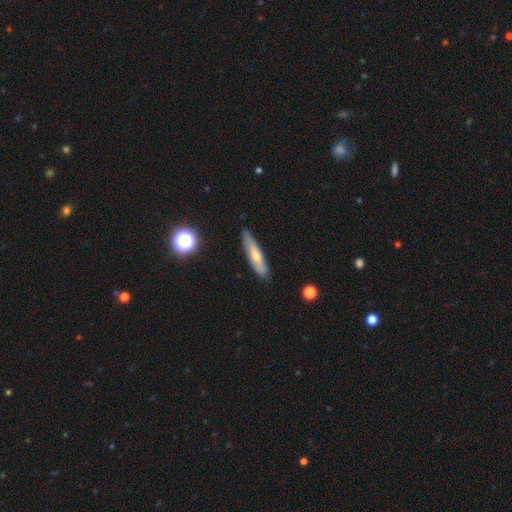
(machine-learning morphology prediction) Smooth or featured? Predicted: smooth (p=0.47). Merging? Predicted: none (p=0.87).